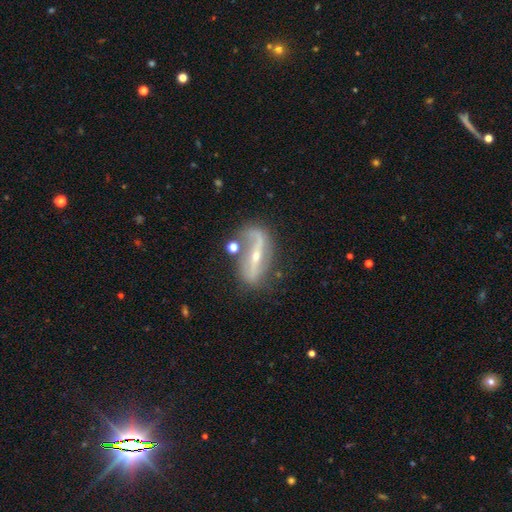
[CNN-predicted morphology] This is clearly a featured or disk galaxy (83%). It is clearly not viewed edge-on (82%). Bar: likely strong (67%). Spiral arm pattern: clearly yes (81%). Spiral arm count: clearly 2 (81%). Spiral winding: likely loose (62%). Central bulge: likely small (67%). Merging: likely none (64%).